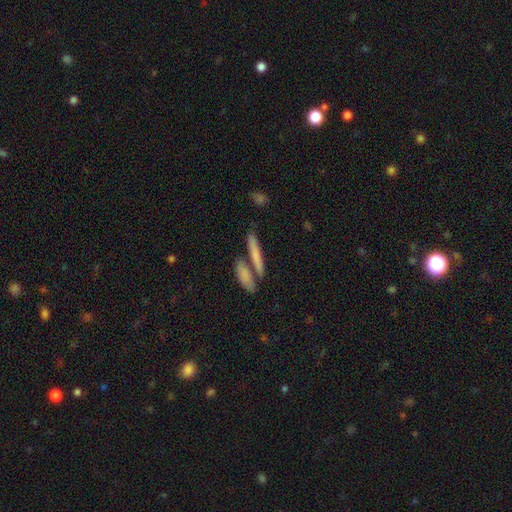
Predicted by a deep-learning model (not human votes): A smooth galaxy with no disk features (67%) that is cigar-shaped (84%). Merging: none (63%).